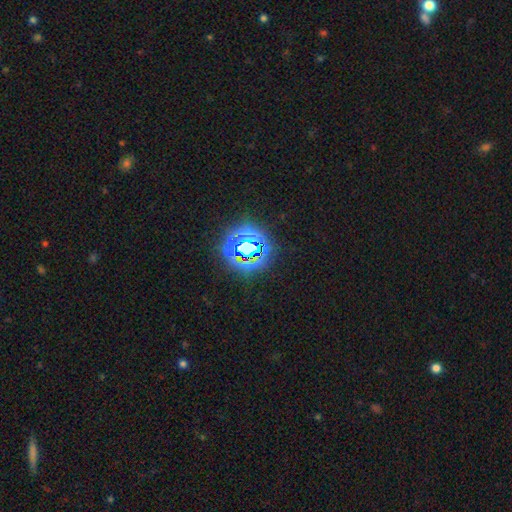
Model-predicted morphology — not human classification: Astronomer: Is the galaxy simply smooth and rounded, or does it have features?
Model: star or artifact — 79%.